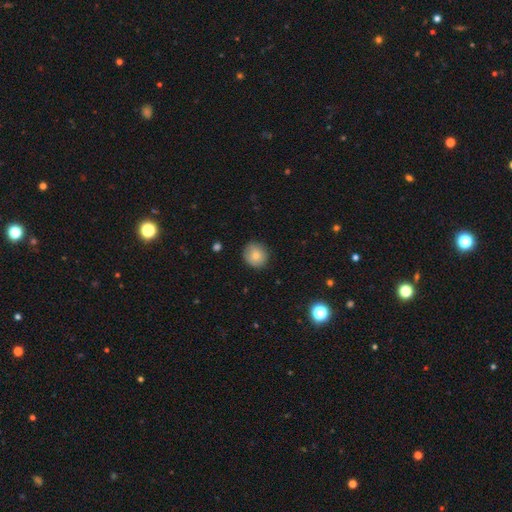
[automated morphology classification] smooth 82%, featured or disk 9%, star or artifact 8%. Down the decision tree: how rounded — round (90%); merging — none (87%).